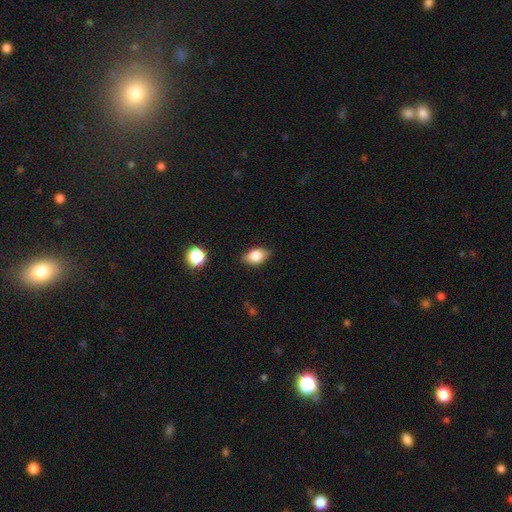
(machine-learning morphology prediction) smooth 79%, featured or disk 12%, star or artifact 9%. Down the decision tree: how rounded — in between (83%); merging — none (81%).